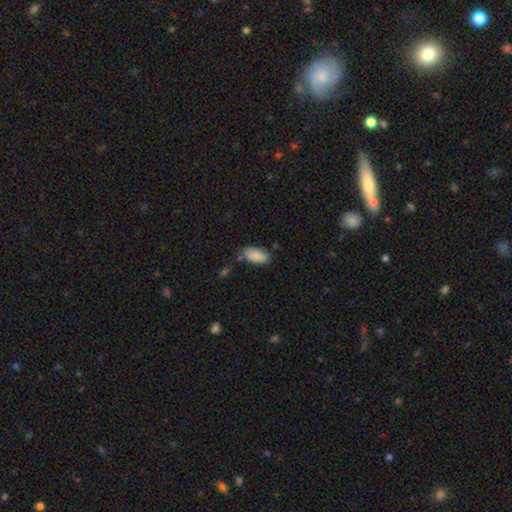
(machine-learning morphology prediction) Smooth or featured? Predicted: smooth (p=0.88). How rounded? Predicted: in between (p=0.91). Merging? Predicted: none (p=0.73).